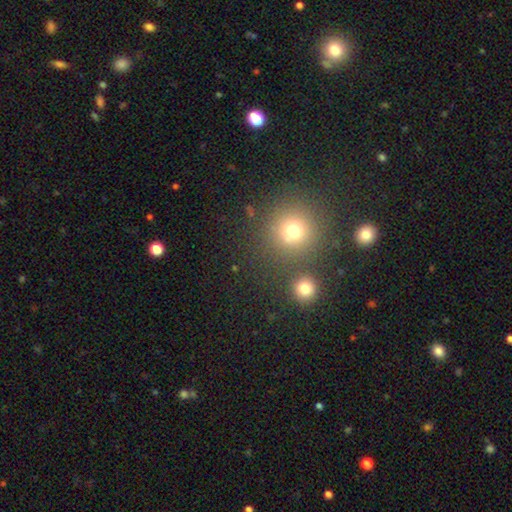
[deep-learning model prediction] Overall: smooth (58%; star or artifact 35%). How rounded: round (93%). Merging: none (83%).